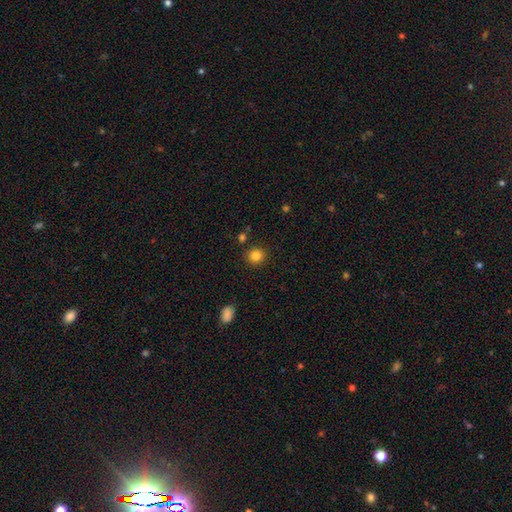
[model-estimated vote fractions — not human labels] A smooth galaxy with no disk features (84%) that is round (86%).

Vote fractions:
- Smooth or featured? smooth: 84% / star or artifact: 11% / featured or disk: 5%
- How rounded? round: 86% / in between: 13% / cigar-shaped: 1%
- Merging? none: 88% / minor disturbance: 7% / merger: 3% / major disturbance: 2%